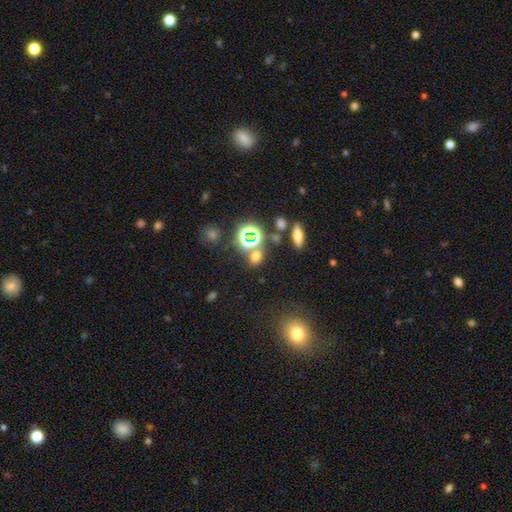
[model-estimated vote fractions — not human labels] This is possibly a smooth galaxy (52%). How rounded: likely round (62%). Merging: likely none (67%).